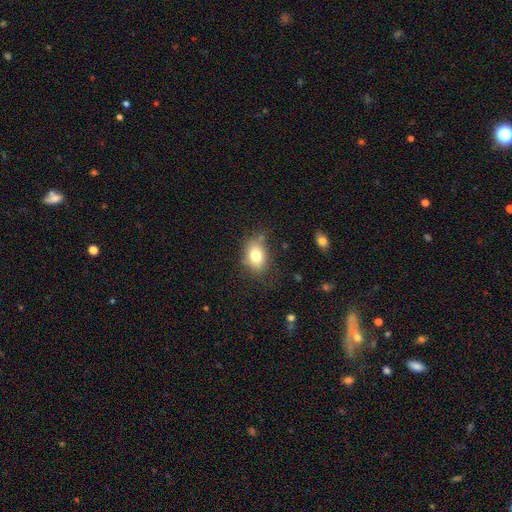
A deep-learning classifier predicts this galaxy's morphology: This is likely a smooth galaxy (78%). How rounded: likely in between (76%). Merging: likely none (72%).